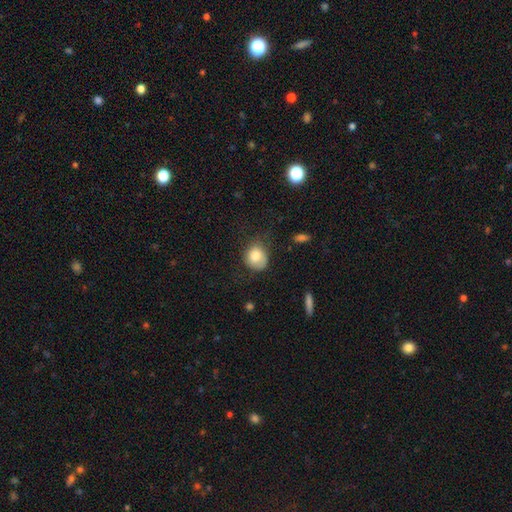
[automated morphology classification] Smooth or featured? Predicted: smooth (p=0.79). How rounded? Predicted: round (p=0.65). Merging? Predicted: none (p=0.53).